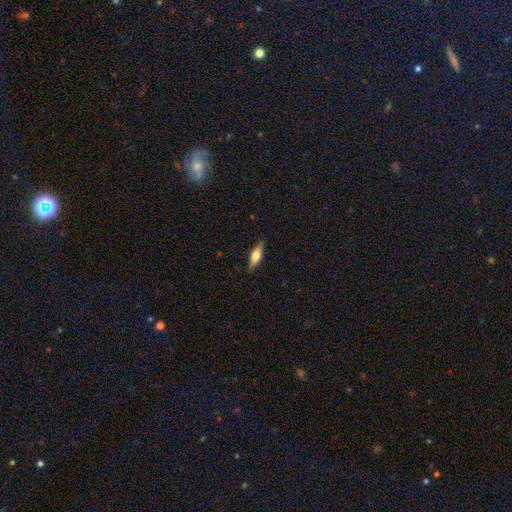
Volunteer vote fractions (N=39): Overall: smooth (56%; featured or disk 33%). How rounded: cigar-shaped (59%; in between 41%). Merging: none (80%).